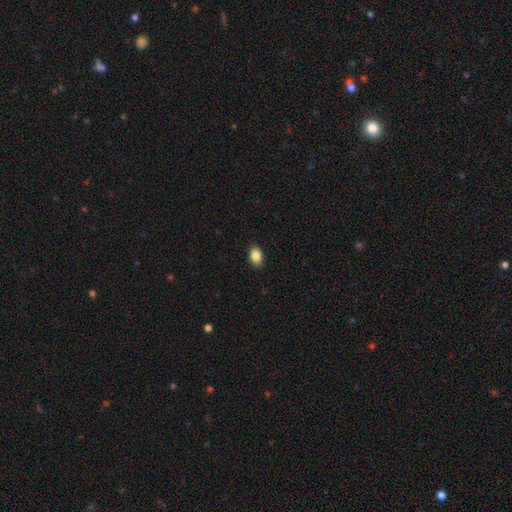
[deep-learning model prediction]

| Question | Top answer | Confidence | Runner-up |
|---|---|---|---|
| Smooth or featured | smooth | 87% | star or artifact (8%) |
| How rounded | in between | 85% | round (14%) |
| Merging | none | 90% | minor disturbance (7%) |